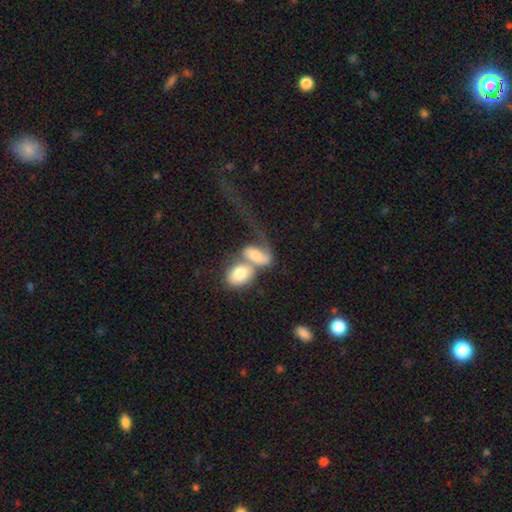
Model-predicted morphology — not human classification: smooth_or_featured: smooth (p=0.57) [alt: featured or disk p=0.35]
how_rounded: in between (p=0.82) [alt: round p=0.14]
merging: merger (p=0.72) [alt: major disturbance p=0.14]